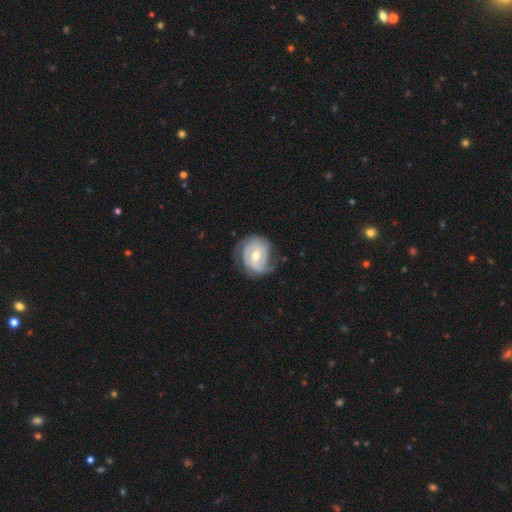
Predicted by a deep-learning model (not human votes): A featured or disk galaxy (77%) with no bar (43%), 2 (49%) tight (54%) spiral arms (89%) and a moderate central bulge (68%).

Vote fractions:
- Smooth or featured? featured or disk: 77% / smooth: 18% / star or artifact: 6%
- Edge-on disk? no: 97% / yes: 3%
- Bar? no: 43% / weak: 42% / strong: 15%
- Spiral arms? yes: 89% / no: 11%
- Spiral winding? tight: 54% / medium: 31% / loose: 14%
- Spiral arm count? 2: 49% / can't tell: 24% / 3: 11% / 1: 10% / 4: 3% / more than 4: 3%
- Bulge size? moderate: 68% / small: 27% / large: 3% / none: 1% / dominant: 1%
- Merging? none: 63% / minor disturbance: 24% / major disturbance: 12% / merger: 1%